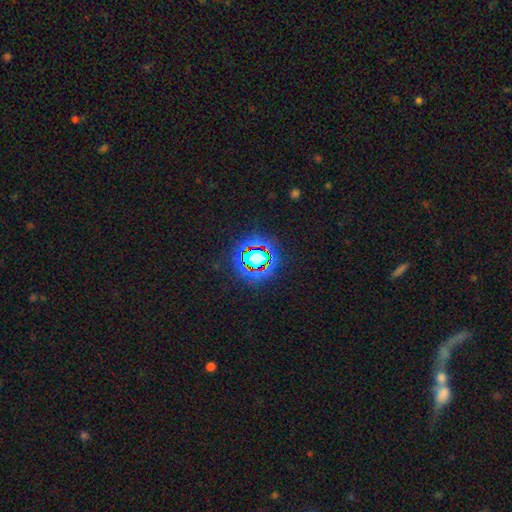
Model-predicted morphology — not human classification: smooth_or_featured: star or artifact (p=0.79) [alt: smooth p=0.12]